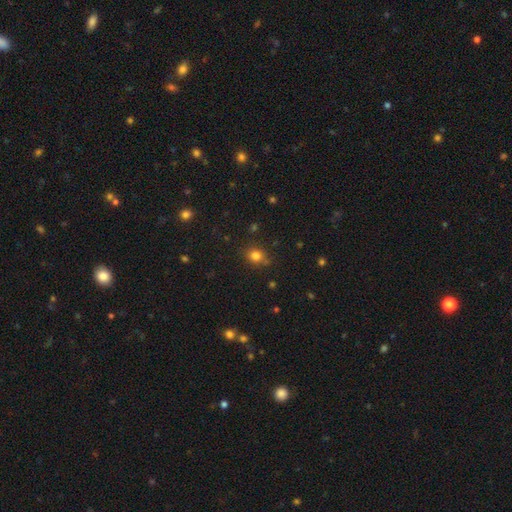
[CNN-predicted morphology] Smooth or featured? smooth (79%)
How rounded? round (72%)
Merging? none (80%)